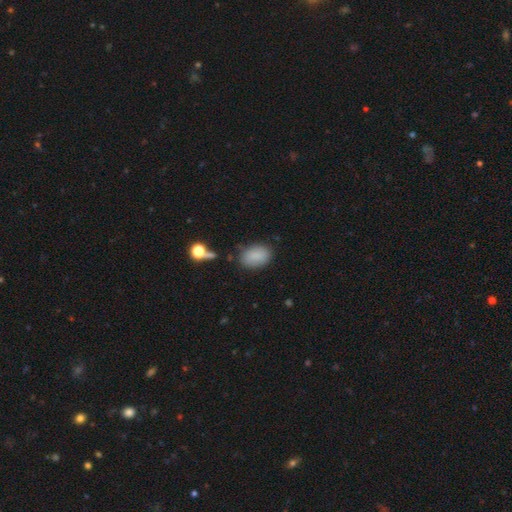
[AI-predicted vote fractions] A smooth galaxy with no disk features (85%) that is in between round and cigar-shaped (82%).

Vote fractions:
- Smooth or featured? smooth: 85% / star or artifact: 9% / featured or disk: 6%
- How rounded? in between: 82% / round: 16% / cigar-shaped: 1%
- Merging? none: 77% / minor disturbance: 16% / major disturbance: 5% / merger: 3%